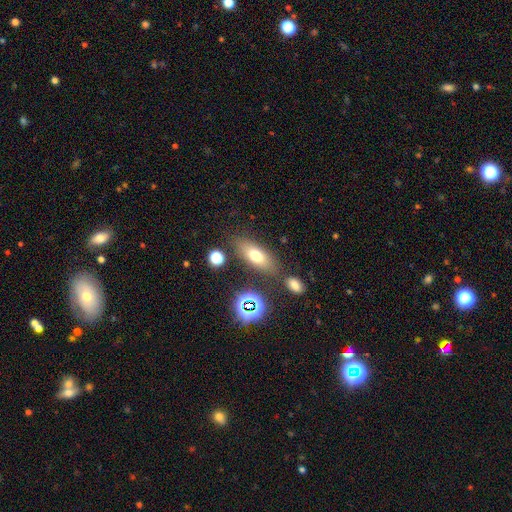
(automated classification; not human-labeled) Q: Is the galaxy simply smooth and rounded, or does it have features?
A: smooth — 66%.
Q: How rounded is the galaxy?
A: in between — 74%.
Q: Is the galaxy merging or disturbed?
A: none — 76%.